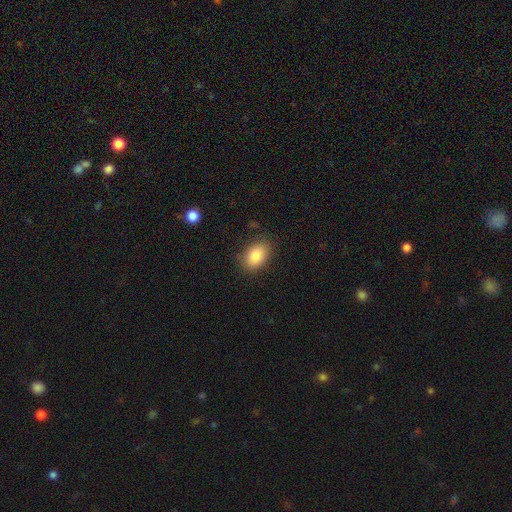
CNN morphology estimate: This appears to be a smooth galaxy with no disk features (85%) that is in between round and cigar-shaped (83%). Merging: none (82%).